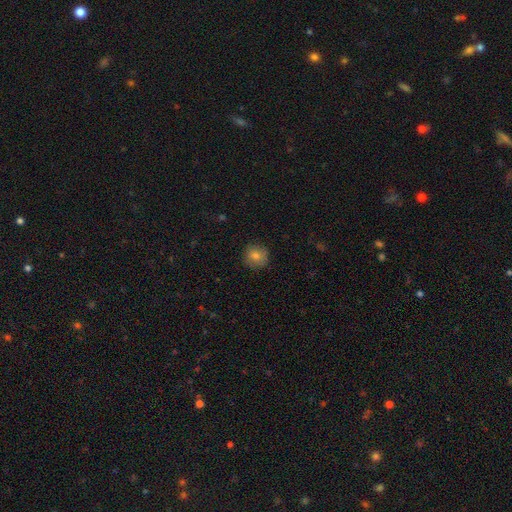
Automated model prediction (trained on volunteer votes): A smooth galaxy with no disk features (77%) that is round (90%). Merging: none (87%).